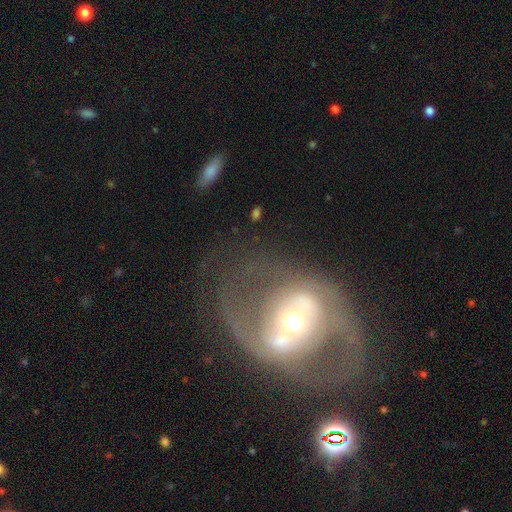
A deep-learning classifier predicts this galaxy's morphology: Overall: featured or disk (81%). Edge-on disk: no (96%). Bar: no (40%; weak 34%). Spiral arms: yes (79%). Spiral arm count: 2 (82%). Spiral winding: medium (47%; loose 32%). Bulge size: moderate (51%; small 37%). Merging: none (47%; merger 26%).